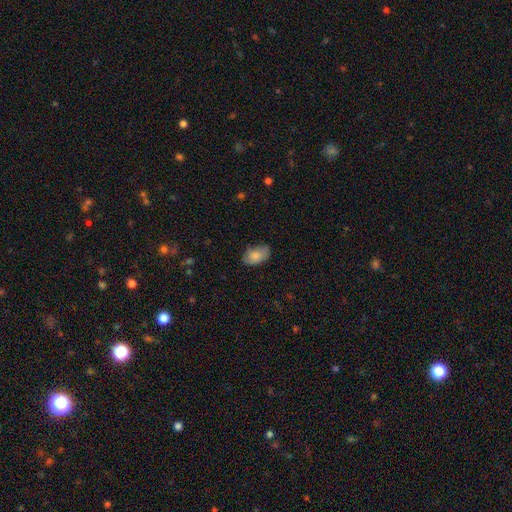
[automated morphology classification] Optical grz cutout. It shows a smooth galaxy with no disk features (82%) that is in between round and cigar-shaped (93%). Merging: none (74%).